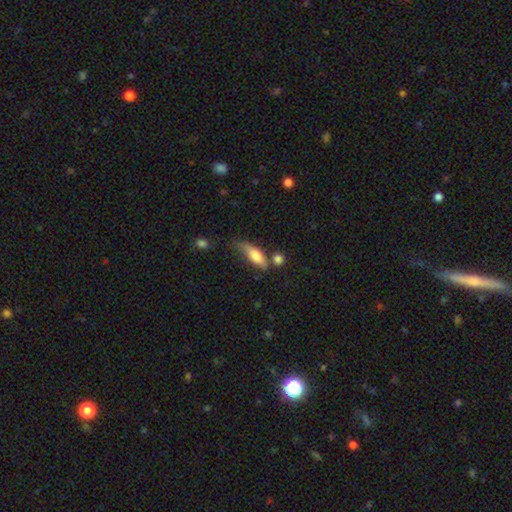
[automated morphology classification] Smooth or featured?
  - smooth: 72% *
  - featured or disk: 21%
  - star or artifact: 7%
How rounded?
  - in between: 54% *
  - cigar-shaped: 42%
  - round: 3%
Merging?
  - none: 44% *
  - minor disturbance: 30%
  - merger: 14%
  - major disturbance: 12%